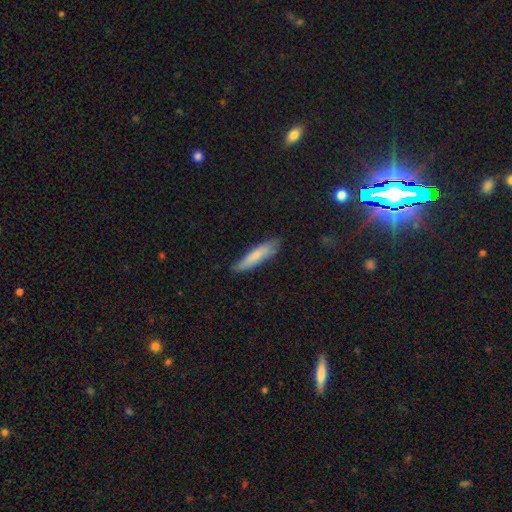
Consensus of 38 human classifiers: smooth-or-featured: smooth: 76% | featured or disk: 13% | star or artifact: 11%
  how-rounded: cigar-shaped: 76% | in between: 21% | round: 3%
  merging: none: 68% | minor disturbance: 26% | major disturbance: 3% | merger: 3%